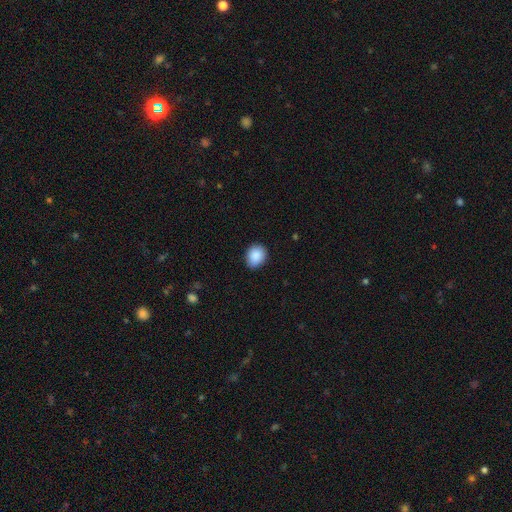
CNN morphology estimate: This is clearly a smooth galaxy (89%). How rounded: possibly round (52%). Merging: clearly none (83%).